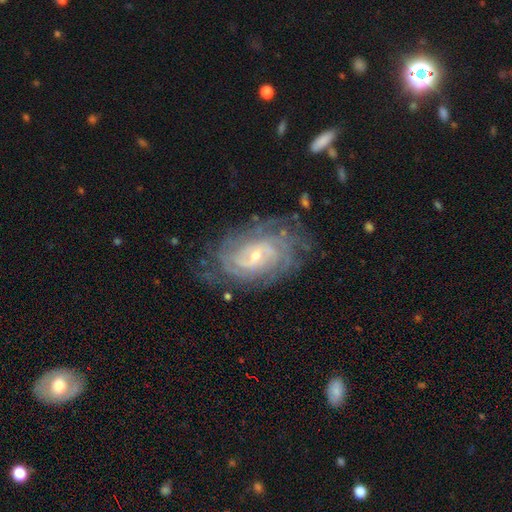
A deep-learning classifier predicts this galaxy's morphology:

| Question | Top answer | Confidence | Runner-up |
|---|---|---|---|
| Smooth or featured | featured or disk | 88% | smooth (6%) |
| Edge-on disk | no | 96% | yes (4%) |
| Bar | weak | 44% | no (43%) |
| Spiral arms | yes | 97% | no (3%) |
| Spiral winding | tight | 74% | medium (21%) |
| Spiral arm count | can't tell | 34% | 2 (20%) |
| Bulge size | small | 68% | moderate (28%) |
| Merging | none | 74% | minor disturbance (18%) |